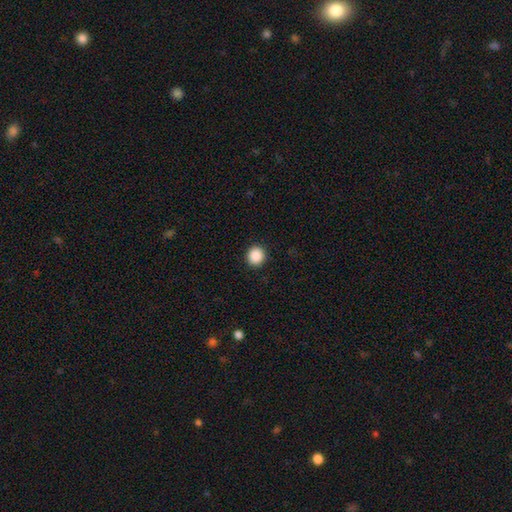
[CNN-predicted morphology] A smooth galaxy with no disk features (89%) that is round (92%).

Vote fractions:
- Smooth or featured? smooth: 89% / star or artifact: 9% / featured or disk: 2%
- How rounded? round: 92% / in between: 7% / cigar-shaped: 1%
- Merging? none: 92% / minor disturbance: 5% / major disturbance: 2% / merger: 1%